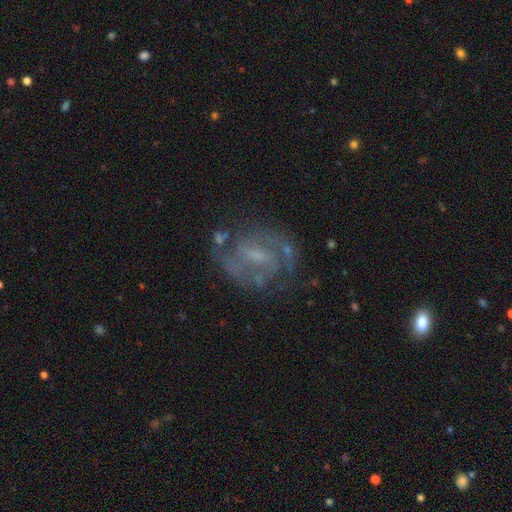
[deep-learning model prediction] A featured or disk galaxy (79%) with a weak bar (53%), 2 (63%) medium (48%) spiral arms (87%) and a small central bulge (50%). Merging: none (68%).